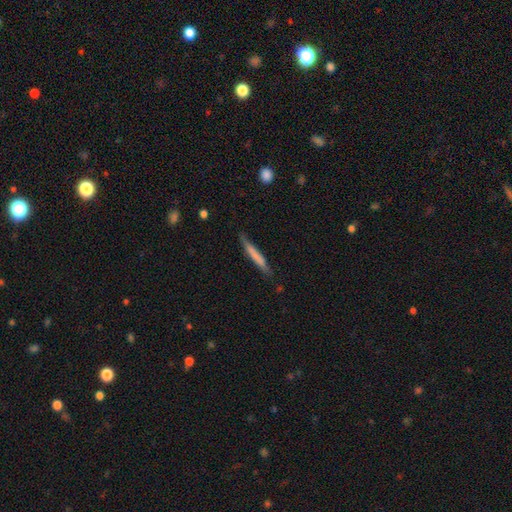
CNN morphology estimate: Overall: smooth (66%; featured or disk 28%). How rounded: cigar-shaped (95%). Merging: none (78%).